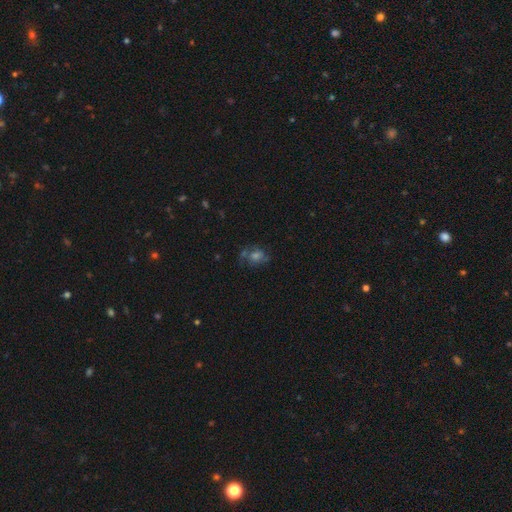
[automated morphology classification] This is marginally a smooth galaxy (44%). Merging: possibly none (58%).